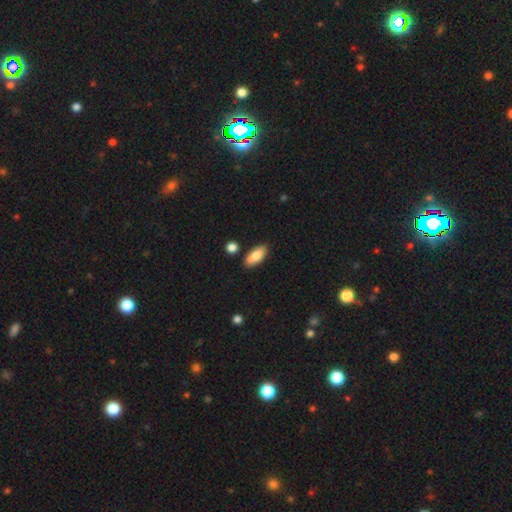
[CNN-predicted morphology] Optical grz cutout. It shows a smooth galaxy with no disk features (79%) that is in between round and cigar-shaped (83%). Merging: none (81%).